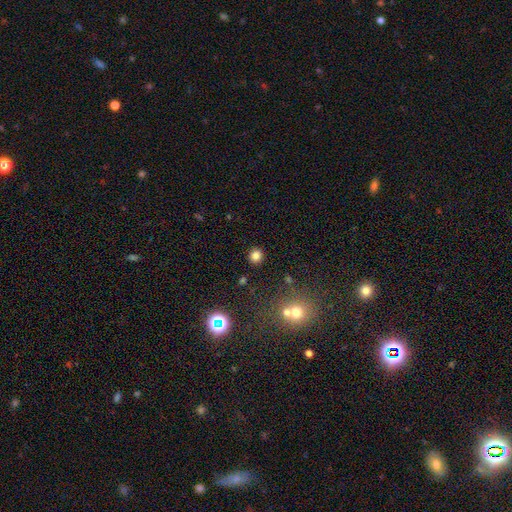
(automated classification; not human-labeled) smooth_or_featured: smooth (p=0.79) [alt: star or artifact p=0.16]
how_rounded: round (p=0.90) [alt: in between p=0.09]
merging: none (p=0.88) [alt: minor disturbance p=0.06]